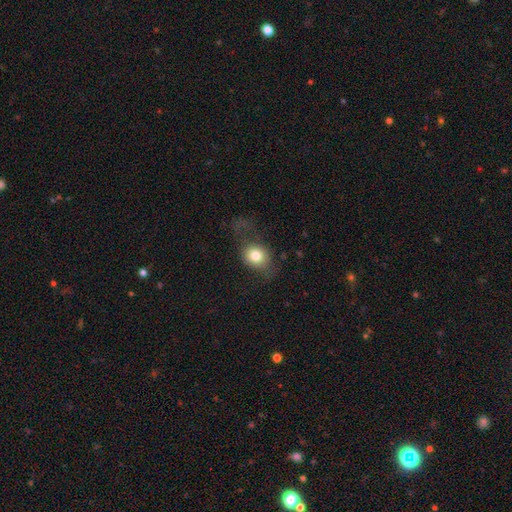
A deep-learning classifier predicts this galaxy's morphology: type=smooth (75%); roundness=round (60%); merging=none (47%).